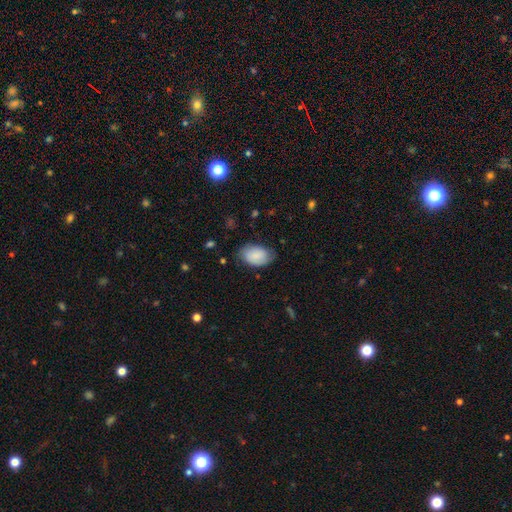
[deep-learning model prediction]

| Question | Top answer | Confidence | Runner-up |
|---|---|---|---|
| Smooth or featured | smooth | 84% | featured or disk (10%) |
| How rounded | in between | 91% | round (8%) |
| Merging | none | 69% | minor disturbance (24%) |